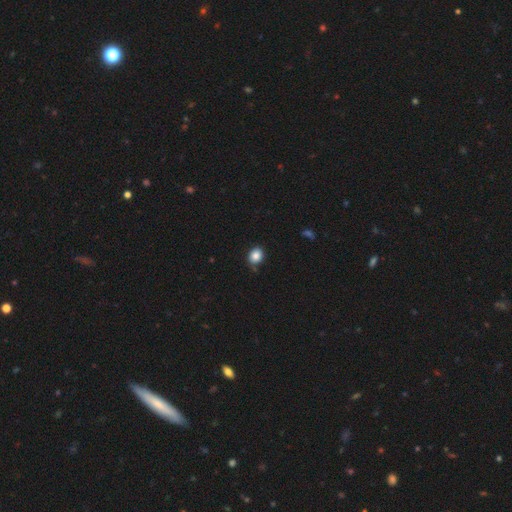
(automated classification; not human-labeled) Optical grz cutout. It shows a smooth galaxy with no disk features (84%) that is round (56%). Merging: none (78%).